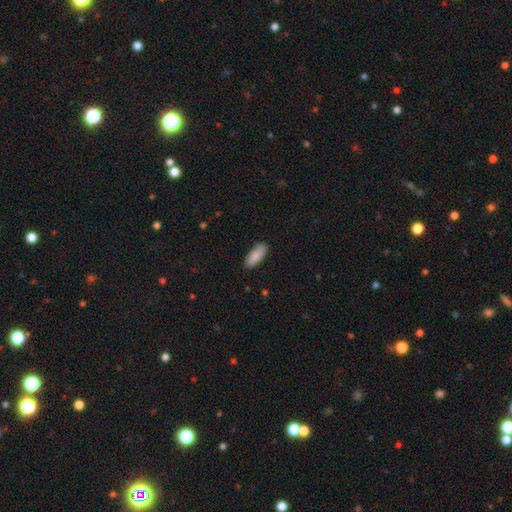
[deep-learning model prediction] This is clearly a smooth galaxy (88%). How rounded: likely in between (77%). Merging: clearly none (86%).